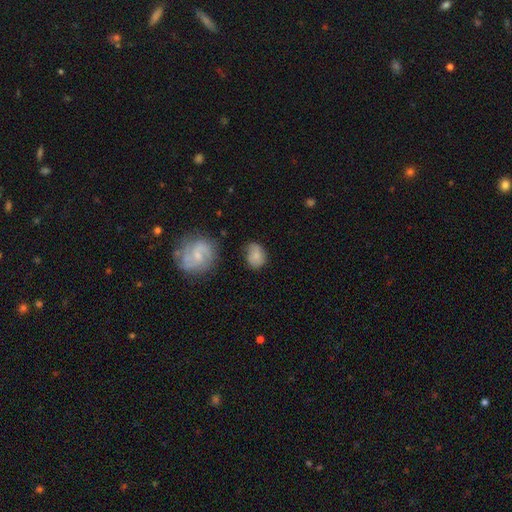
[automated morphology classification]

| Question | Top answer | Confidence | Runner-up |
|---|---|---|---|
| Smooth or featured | smooth | 71% | featured or disk (20%) |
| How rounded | in between | 54% | round (45%) |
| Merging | none | 60% | minor disturbance (26%) |